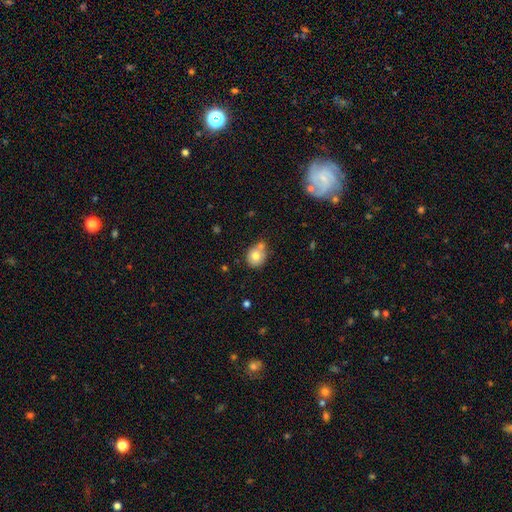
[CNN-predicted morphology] Smooth or featured? Predicted: smooth (p=0.75). How rounded? Predicted: round (p=0.75). Merging? Predicted: none (p=0.50).